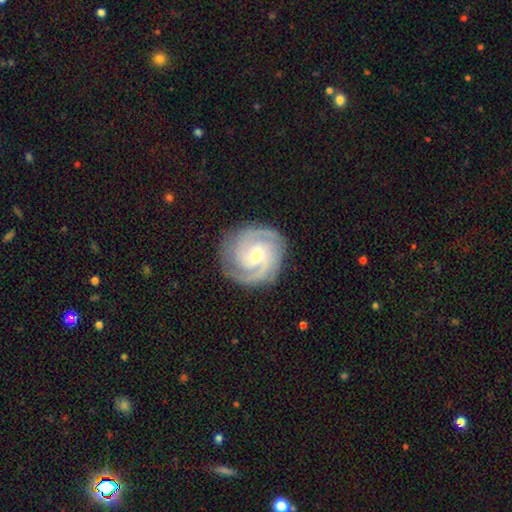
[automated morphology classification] type=featured or disk (91%); edge-on=no (98%); bar=no (47%); spiral arms=yes (98%); winding=tight (65%); arm count=3 (42%); bulge=small (63%); merging=none (85%).